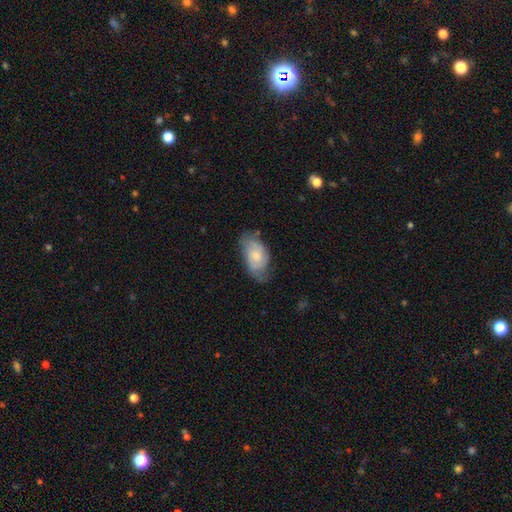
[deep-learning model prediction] Smooth or featured? Predicted: smooth (p=0.51). How rounded? Predicted: in between (p=0.91). Merging? Predicted: none (p=0.56).